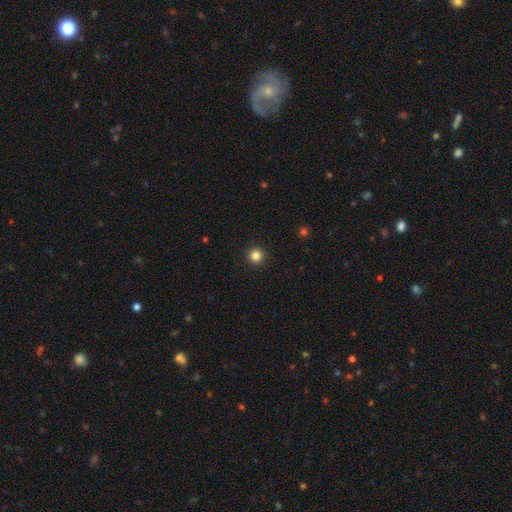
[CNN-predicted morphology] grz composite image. It shows a smooth galaxy with no disk features (84%) that is round (96%). Merging: none (94%).